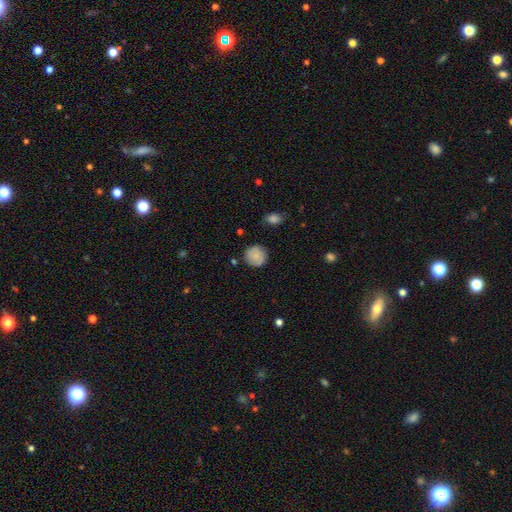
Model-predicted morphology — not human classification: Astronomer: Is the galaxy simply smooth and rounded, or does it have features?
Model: smooth — 79%.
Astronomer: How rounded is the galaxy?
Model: round — 92%.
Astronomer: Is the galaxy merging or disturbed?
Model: none — 82%.